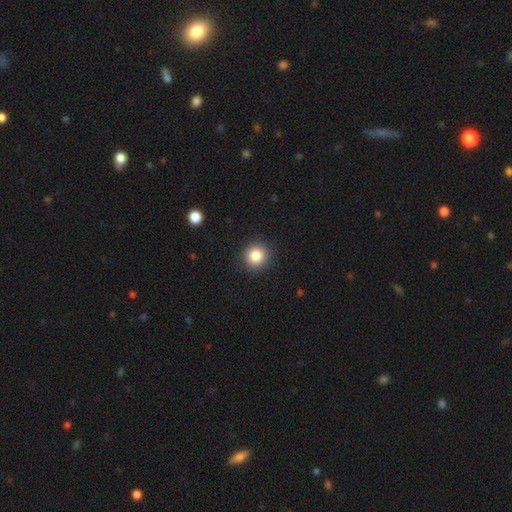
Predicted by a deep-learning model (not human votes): A smooth galaxy with no disk features (85%) that is round (92%). Merging: none (91%).